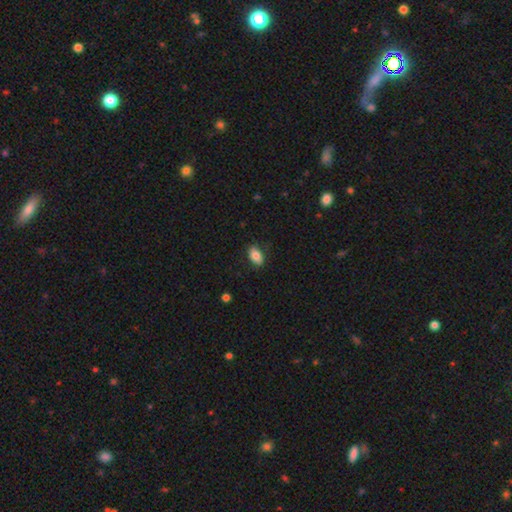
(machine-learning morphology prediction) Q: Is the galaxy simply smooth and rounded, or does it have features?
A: smooth — 81%.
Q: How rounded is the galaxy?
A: in between — 90%.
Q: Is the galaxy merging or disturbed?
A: none — 79%.